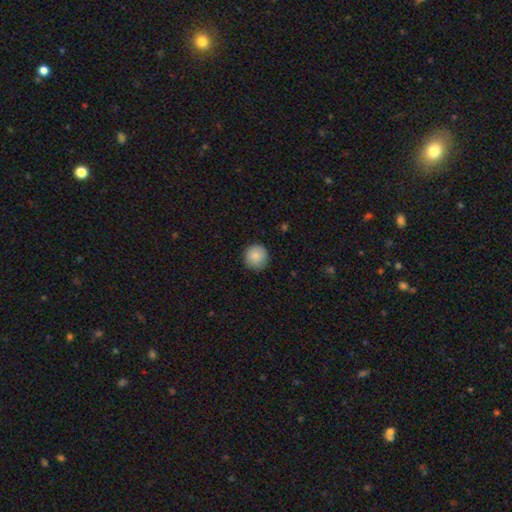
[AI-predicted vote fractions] The model was most divided on "smooth or featured": smooth: 87%, star or artifact: 8%, featured or disk: 5%. More confident: how rounded — round (94%); merging — none (90%).